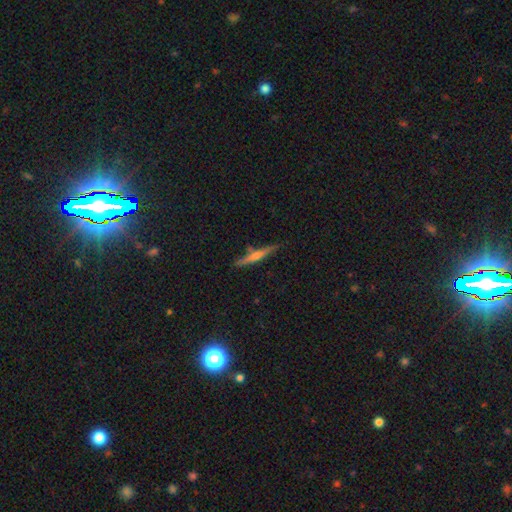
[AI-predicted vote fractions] Morphology: type=featured or disk (66%); edge-on=yes (97%); edge-on bulge=rounded (80%); merging=none (86%).